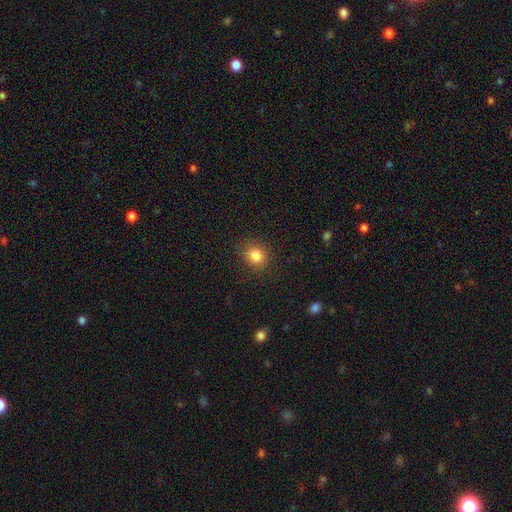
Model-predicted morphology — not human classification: The model was most divided on "how rounded": round: 77%, in between: 22%, cigar-shaped: 1%. More confident: merging — none (86%); smooth or featured — smooth (83%).